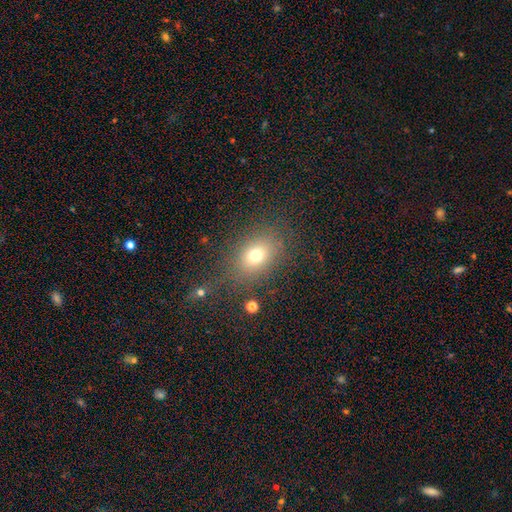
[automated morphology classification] Smooth or featured: smooth — 71% (star or artifact — 17%)
How rounded: in between — 60% (round — 38%)
Merging: none — 74% (minor disturbance — 12%)